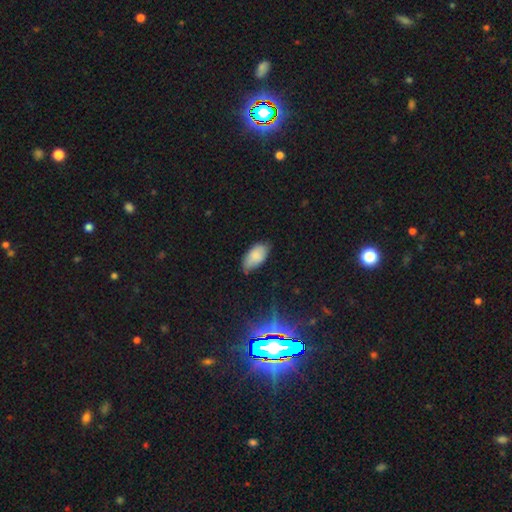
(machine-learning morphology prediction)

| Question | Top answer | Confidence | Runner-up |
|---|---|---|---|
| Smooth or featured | smooth | 81% | featured or disk (11%) |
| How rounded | in between | 94% | cigar-shaped (3%) |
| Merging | none | 65% | minor disturbance (29%) |